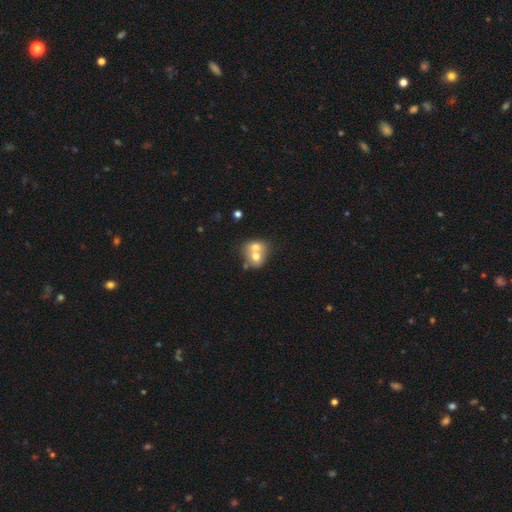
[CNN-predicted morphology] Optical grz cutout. It shows a smooth galaxy with no disk features (64%) that is round (65%). Merging: merger (72%).